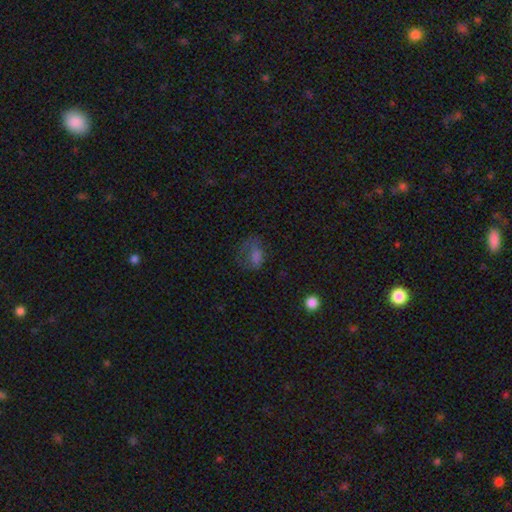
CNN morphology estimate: Smooth or featured? Predicted: smooth (p=0.58). How rounded? Predicted: in between (p=0.70). Merging? Predicted: none (p=0.39).